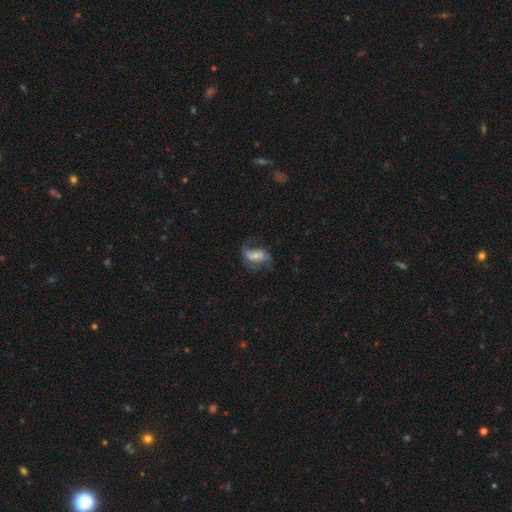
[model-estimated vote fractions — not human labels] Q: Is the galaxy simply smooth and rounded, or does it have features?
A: featured or disk — 65%.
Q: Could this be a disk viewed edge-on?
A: no — 96%.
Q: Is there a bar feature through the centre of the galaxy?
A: weak — 40%.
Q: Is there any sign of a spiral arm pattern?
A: yes — 87%.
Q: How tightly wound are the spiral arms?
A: loose — 56%.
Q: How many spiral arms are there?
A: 2 — 73%.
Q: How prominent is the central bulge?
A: small — 50%.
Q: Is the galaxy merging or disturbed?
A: none — 49%.